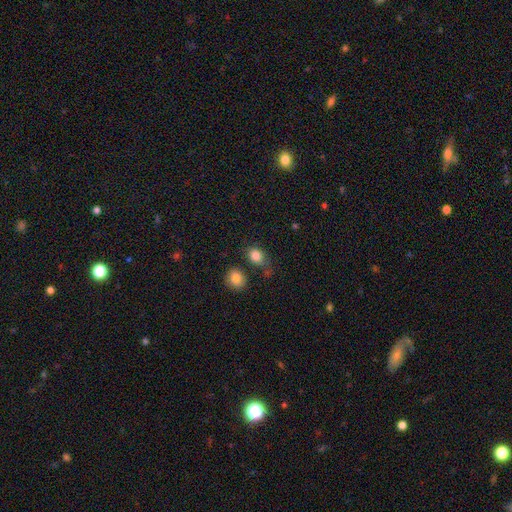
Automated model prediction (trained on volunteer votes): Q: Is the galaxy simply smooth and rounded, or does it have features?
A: smooth — 84%.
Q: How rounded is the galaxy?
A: round — 51%.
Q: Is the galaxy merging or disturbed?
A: none — 67%.